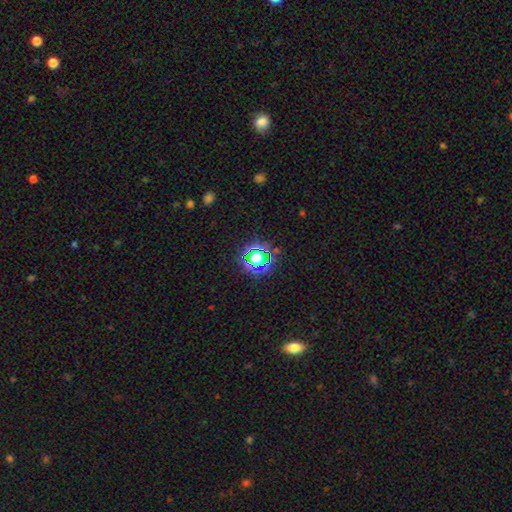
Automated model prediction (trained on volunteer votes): The model was most divided on "smooth or featured": star or artifact: 58%, smooth: 32%, featured or disk: 10%.